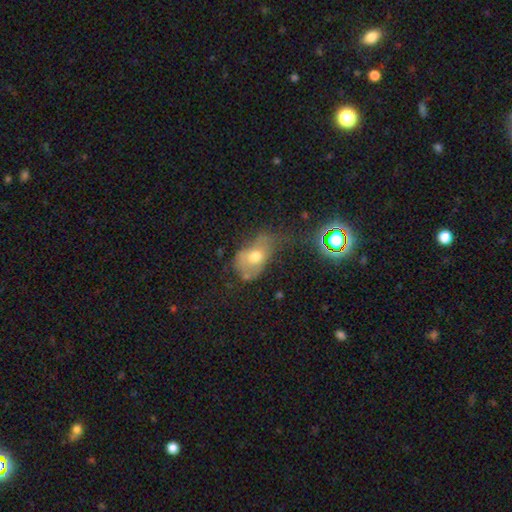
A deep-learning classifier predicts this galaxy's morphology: smooth 55%, featured or disk 29%, star or artifact 16%. Down the decision tree: how rounded — in between (78%); merging — major disturbance (34%).